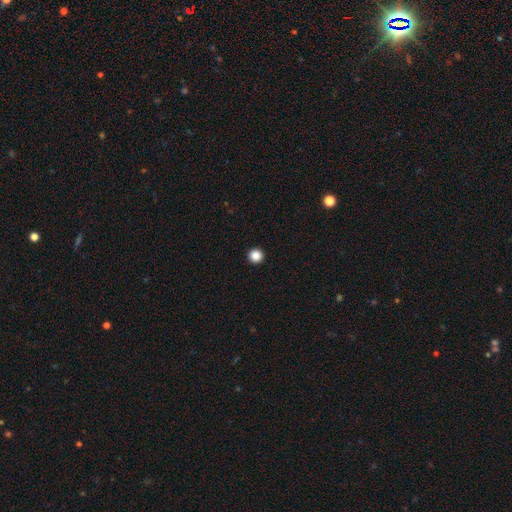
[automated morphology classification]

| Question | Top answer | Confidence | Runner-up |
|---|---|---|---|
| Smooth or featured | smooth | 86% | star or artifact (11%) |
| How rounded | round | 97% | in between (2%) |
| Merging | none | 95% | minor disturbance (3%) |